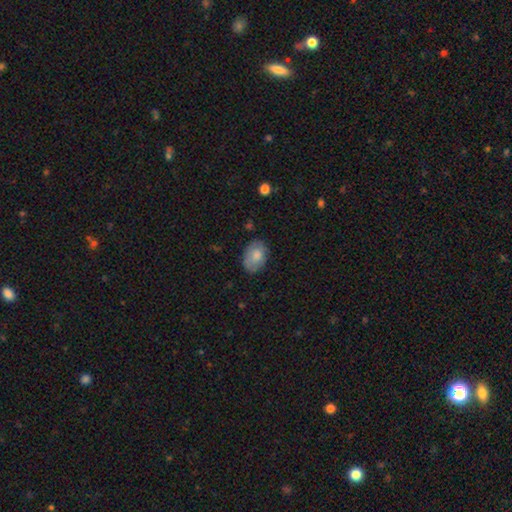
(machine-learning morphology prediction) Q: Smooth or featured?
A: smooth (76%); runner-up: featured or disk (18%)
Q: How rounded?
A: in between (82%); runner-up: round (17%)
Q: Merging?
A: none (75%); runner-up: minor disturbance (19%)